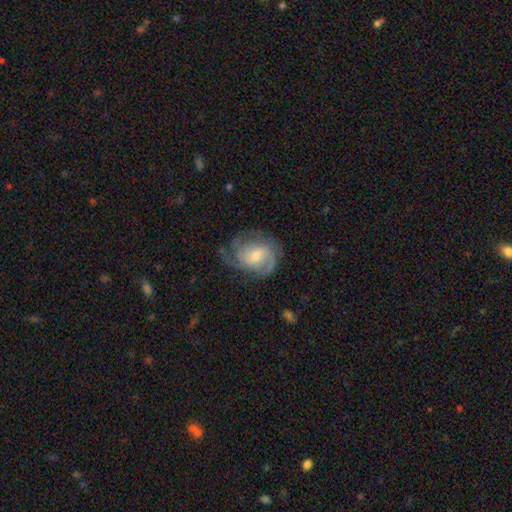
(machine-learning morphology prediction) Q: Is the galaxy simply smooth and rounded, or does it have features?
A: featured or disk — 80%.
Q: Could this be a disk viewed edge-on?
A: no — 98%.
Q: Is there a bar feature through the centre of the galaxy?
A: no — 48%.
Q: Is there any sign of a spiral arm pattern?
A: yes — 95%.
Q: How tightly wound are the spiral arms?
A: tight — 43%.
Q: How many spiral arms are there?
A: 2 — 39%.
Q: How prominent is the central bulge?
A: small — 48%.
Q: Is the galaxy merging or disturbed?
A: none — 64%.